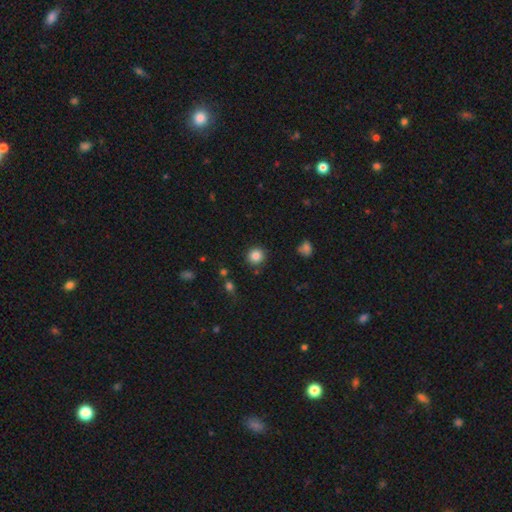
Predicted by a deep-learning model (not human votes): smooth-or-featured: smooth: 84% | star or artifact: 11% | featured or disk: 5%
  how-rounded: round: 93% | in between: 6% | cigar-shaped: 1%
  merging: none: 89% | minor disturbance: 6% | merger: 2% | major disturbance: 2%